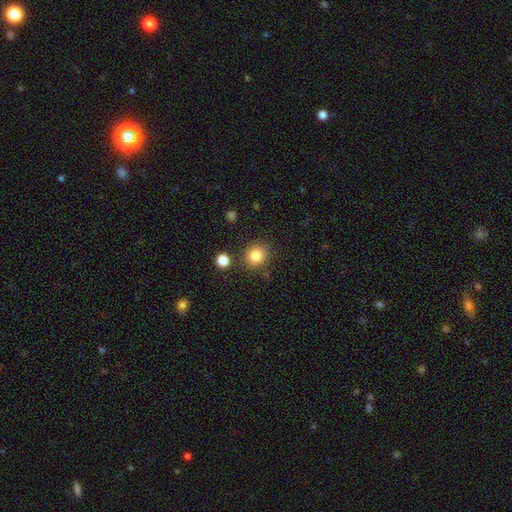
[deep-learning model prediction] Smooth or featured: smooth — 83% (star or artifact — 11%)
How rounded: round — 78% (in between — 22%)
Merging: none — 84% (minor disturbance — 9%)